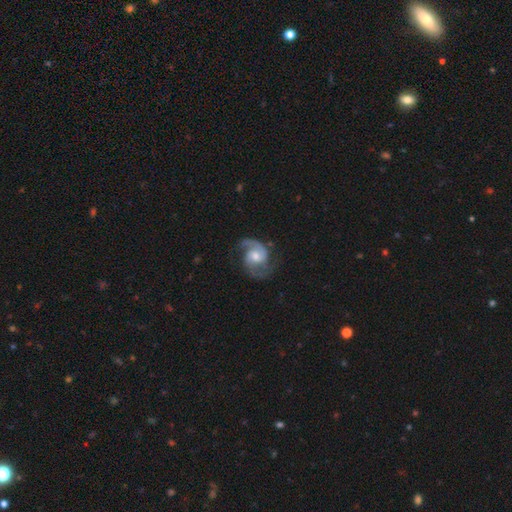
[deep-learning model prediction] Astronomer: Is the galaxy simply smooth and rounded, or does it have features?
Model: featured or disk — 89%.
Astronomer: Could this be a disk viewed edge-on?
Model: no — 98%.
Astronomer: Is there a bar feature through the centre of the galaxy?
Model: no — 55% (runner-up: weak, 38%).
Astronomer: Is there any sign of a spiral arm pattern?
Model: yes — 98%.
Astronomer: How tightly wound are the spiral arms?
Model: medium — 56%.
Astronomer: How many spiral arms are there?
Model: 2 — 90%.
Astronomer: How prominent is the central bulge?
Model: moderate — 62%.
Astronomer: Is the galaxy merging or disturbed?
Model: none — 73%.